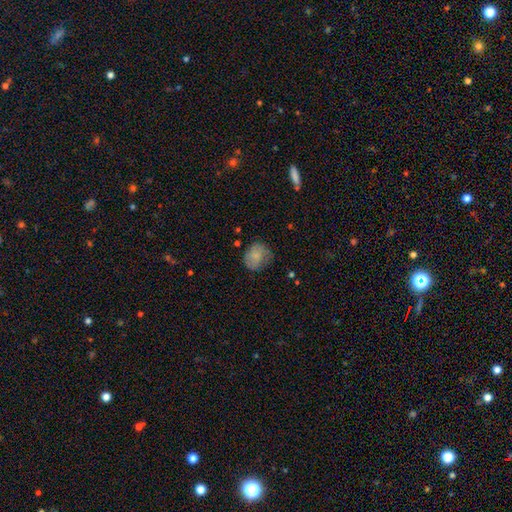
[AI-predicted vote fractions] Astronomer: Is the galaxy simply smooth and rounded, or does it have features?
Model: smooth — 76%.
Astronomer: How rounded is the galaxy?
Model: round — 64%.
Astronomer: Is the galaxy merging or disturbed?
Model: none — 60%.